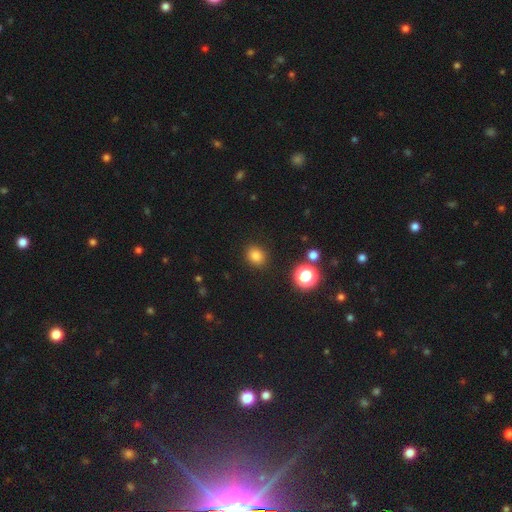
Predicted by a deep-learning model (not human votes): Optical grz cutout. It shows a smooth galaxy with no disk features (80%) that is round (66%). Merging: none (89%).